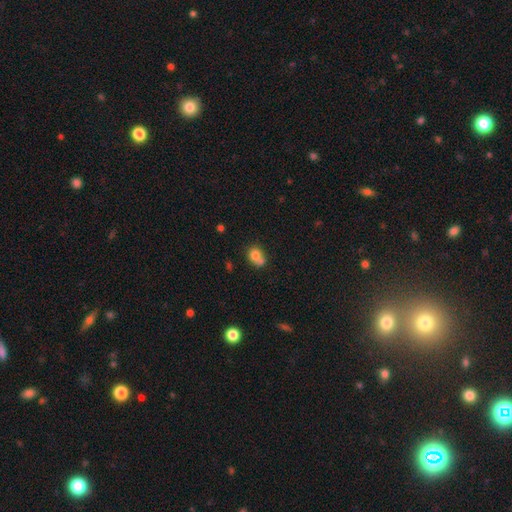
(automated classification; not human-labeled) Smooth or featured? smooth (76%)
How rounded? round (65%)
Merging? merger (45%)